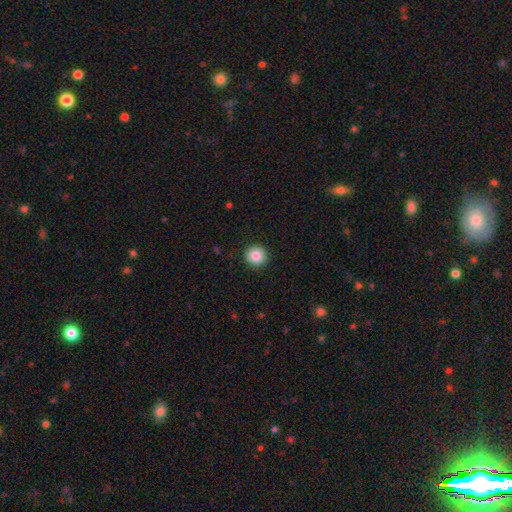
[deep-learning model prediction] Smooth or featured? smooth (86%)
How rounded? round (95%)
Merging? none (92%)